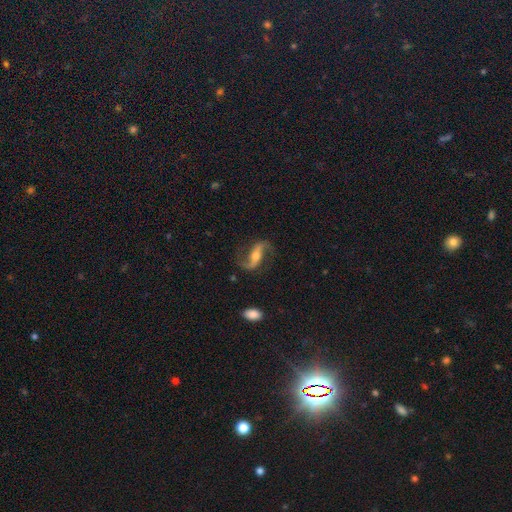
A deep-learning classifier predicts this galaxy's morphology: type=featured or disk (87%); edge-on=no (94%); bar=strong (43%); spiral arms=yes (96%); winding=loose (69%); arm count=2 (93%); bulge=moderate (56%); merging=none (80%).